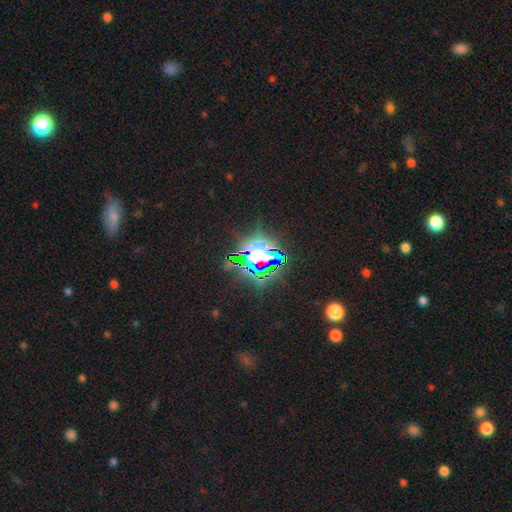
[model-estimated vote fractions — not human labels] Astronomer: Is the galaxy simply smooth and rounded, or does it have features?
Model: star or artifact — 77%.